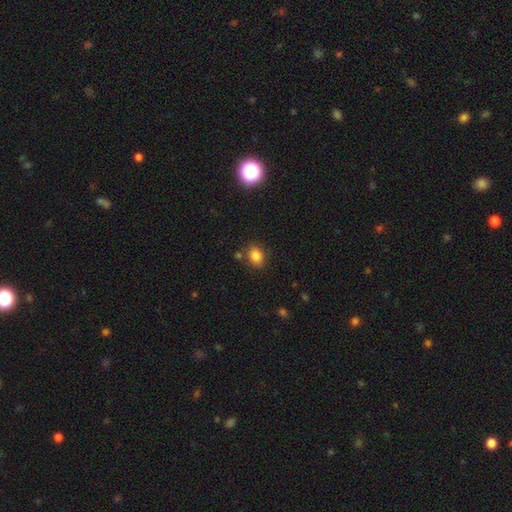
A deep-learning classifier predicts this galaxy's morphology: This is clearly a smooth galaxy (83%). How rounded: likely in between (60%). Merging: likely none (78%).